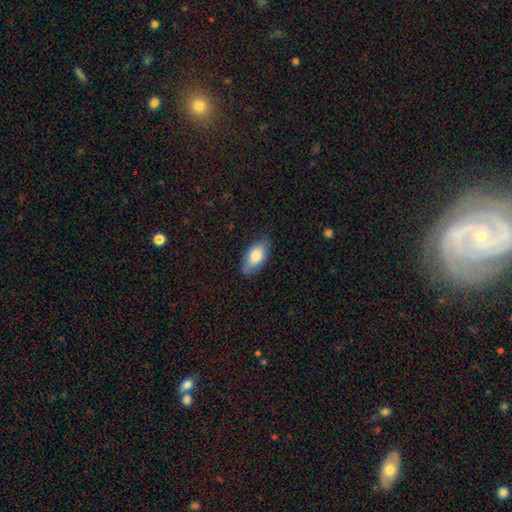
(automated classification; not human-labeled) smooth_or_featured: smooth (p=0.81) [alt: featured or disk p=0.13]
how_rounded: in between (p=0.93) [alt: cigar-shaped p=0.04]
merging: none (p=0.76) [alt: minor disturbance p=0.20]